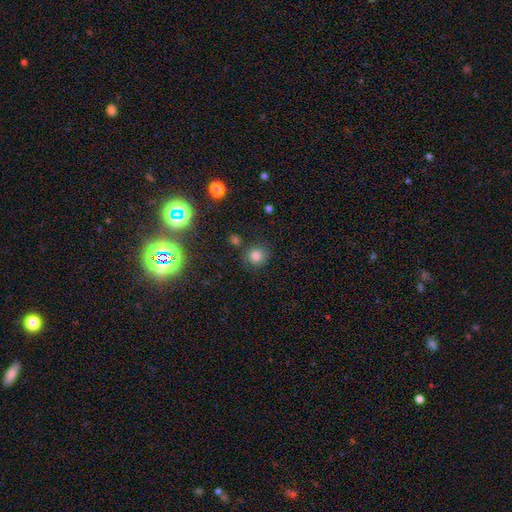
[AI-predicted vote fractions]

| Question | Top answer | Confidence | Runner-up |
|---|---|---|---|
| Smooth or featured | smooth | 79% | star or artifact (15%) |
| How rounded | round | 90% | in between (9%) |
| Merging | none | 80% | minor disturbance (10%) |